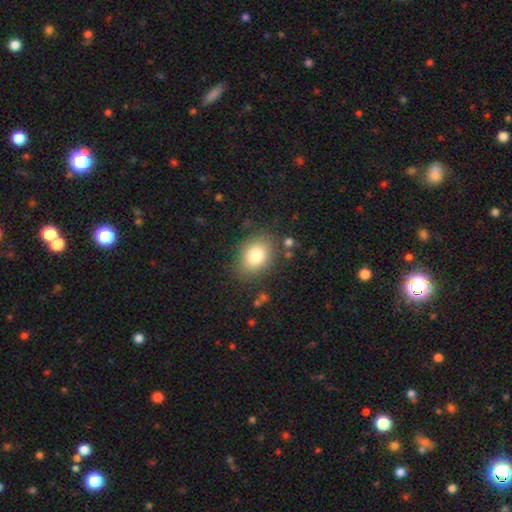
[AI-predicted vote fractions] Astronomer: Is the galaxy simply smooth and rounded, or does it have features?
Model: smooth — 81%.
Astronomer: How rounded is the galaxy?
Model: in between — 64%.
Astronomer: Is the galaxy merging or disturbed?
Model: none — 82%.